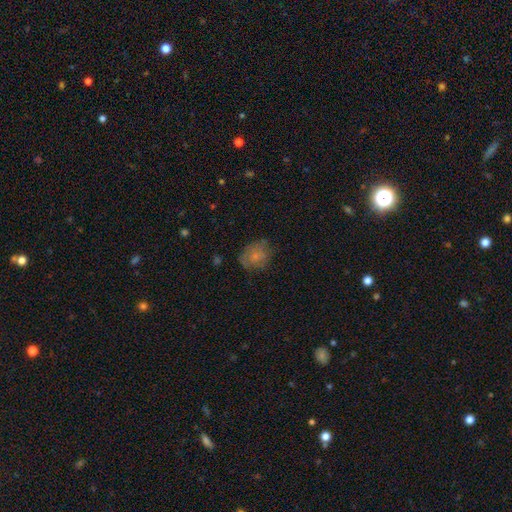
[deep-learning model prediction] This is likely a smooth galaxy (65%). How rounded: possibly round (55%). Merging: likely none (63%).